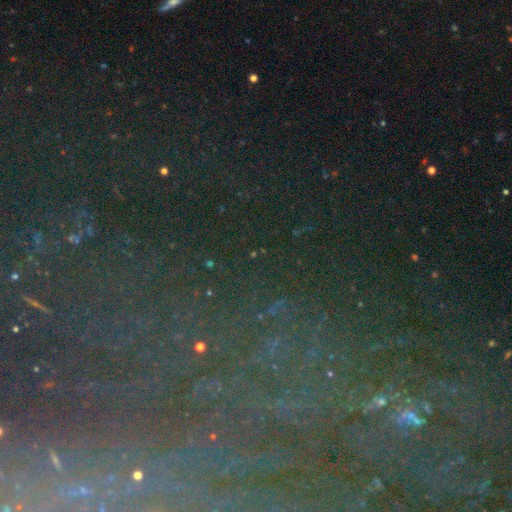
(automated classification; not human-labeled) smooth-or-featured: star or artifact: 74% | featured or disk: 15% | smooth: 11%